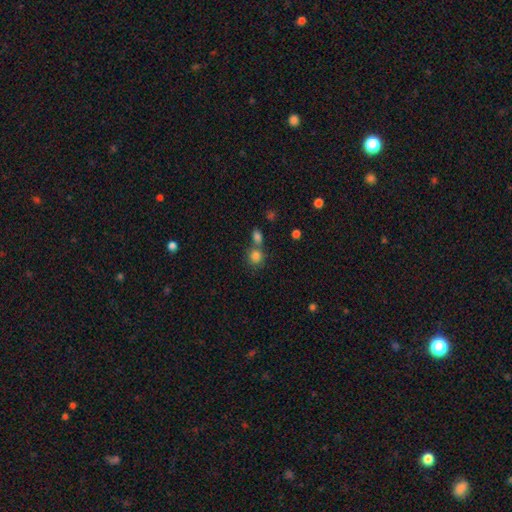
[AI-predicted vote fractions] A smooth galaxy with no disk features (81%) that is round (82%).

Vote fractions:
- Smooth or featured? smooth: 81% / star or artifact: 12% / featured or disk: 7%
- How rounded? round: 82% / in between: 17% / cigar-shaped: 1%
- Merging? none: 54% / merger: 34% / minor disturbance: 9% / major disturbance: 4%